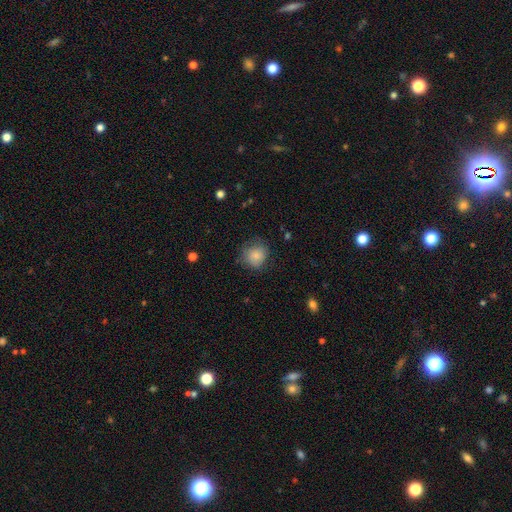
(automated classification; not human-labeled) Smooth or featured: smooth — 83% (star or artifact — 9%)
How rounded: round — 82% (in between — 17%)
Merging: none — 69% (minor disturbance — 23%)